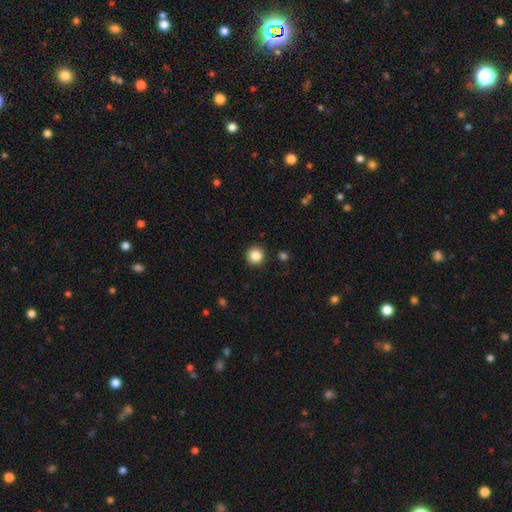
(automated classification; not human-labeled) This appears to be a smooth galaxy with no disk features (86%) that is round (95%). Merging: none (92%).